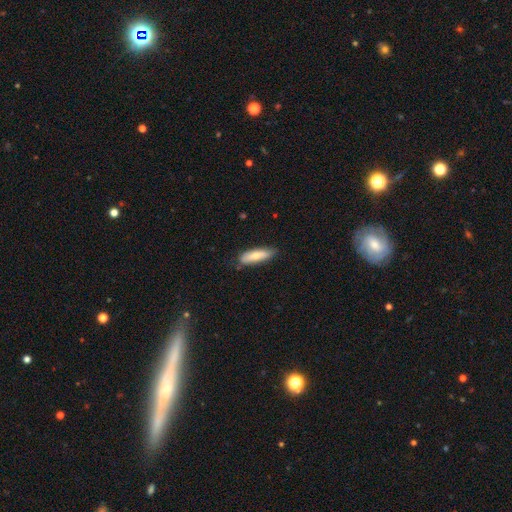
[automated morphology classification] Q: Smooth or featured?
A: smooth (72%); runner-up: featured or disk (22%)
Q: How rounded?
A: cigar-shaped (57%); runner-up: in between (41%)
Q: Merging?
A: none (78%); runner-up: minor disturbance (18%)